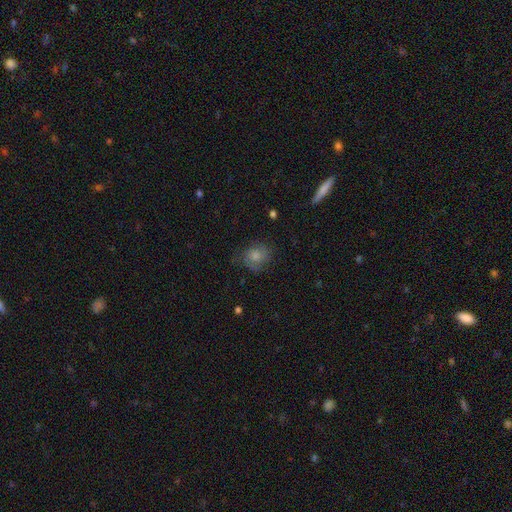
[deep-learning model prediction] The model was most divided on "smooth or featured": smooth: 57%, featured or disk: 33%, star or artifact: 10%. More confident: how rounded — round (70%); merging — none (66%).